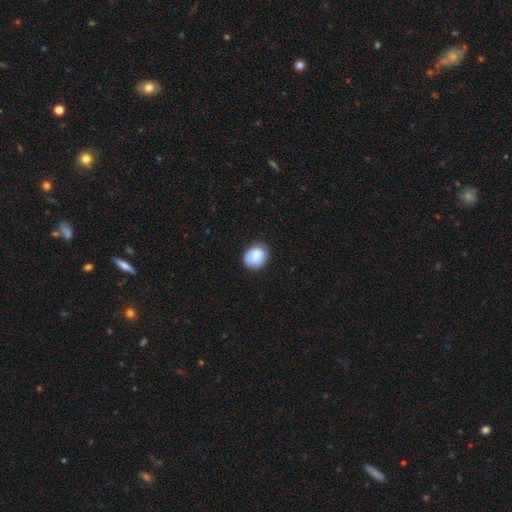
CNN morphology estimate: type=smooth (74%); roundness=round (64%); merging=none (69%).